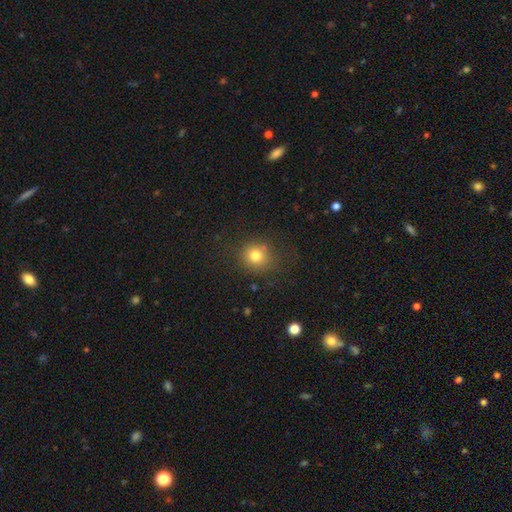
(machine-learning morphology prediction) type=smooth (78%); roundness=round (88%); merging=none (81%).